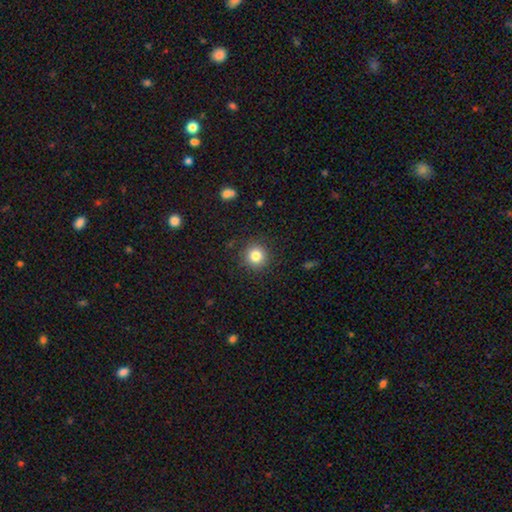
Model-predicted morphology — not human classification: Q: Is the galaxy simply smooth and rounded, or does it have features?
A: smooth — 83%.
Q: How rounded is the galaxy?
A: round — 94%.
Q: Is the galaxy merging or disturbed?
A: none — 90%.